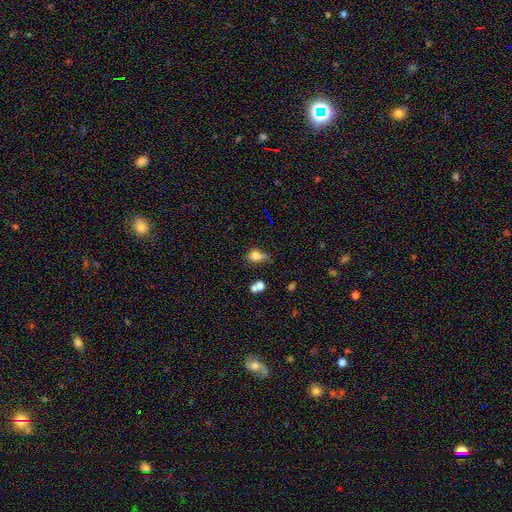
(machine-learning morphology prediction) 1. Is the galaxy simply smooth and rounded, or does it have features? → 74% smooth, 13% star or artifact, 12% featured or disk.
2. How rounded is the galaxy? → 71% in between, 23% round, 7% cigar-shaped.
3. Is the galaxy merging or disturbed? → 41% none, 34% minor disturbance, 15% major disturbance, 10% merger.